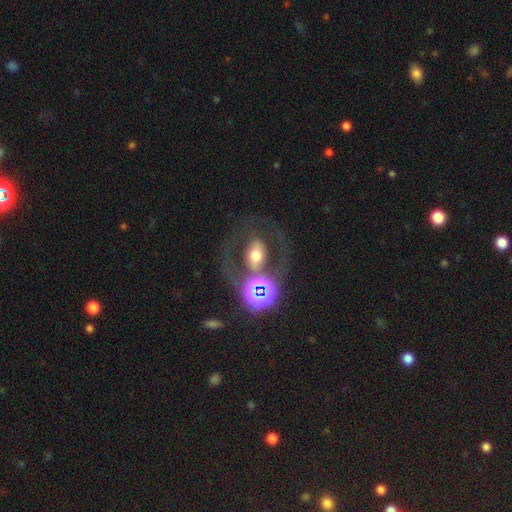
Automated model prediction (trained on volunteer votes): A featured or disk galaxy (45%).

Vote fractions:
- Smooth or featured? featured or disk: 45% / smooth: 37% / star or artifact: 19%
- Merging? none: 56% / major disturbance: 19% / minor disturbance: 13% / merger: 13%